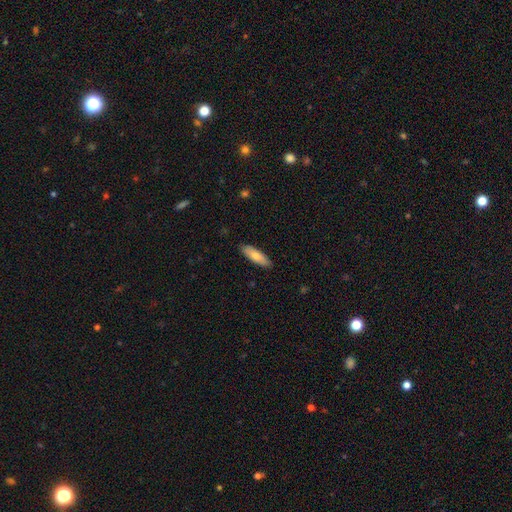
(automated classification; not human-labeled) smooth 77%, featured or disk 18%, star or artifact 6%. Down the decision tree: how rounded — cigar-shaped (50%); merging — none (89%).